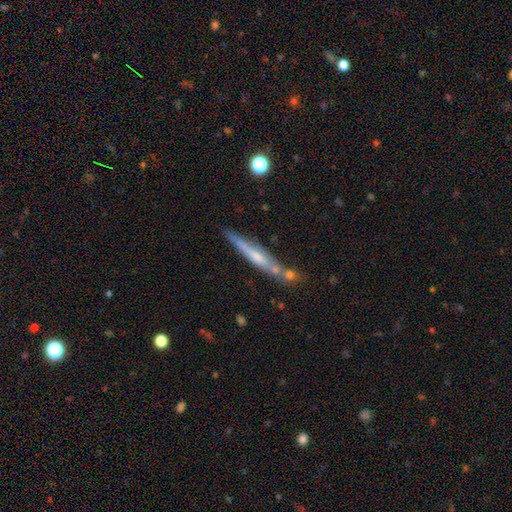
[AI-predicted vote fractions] This is possibly a featured or disk galaxy (58%). It is clearly viewed edge-on (91%). Edge-on bulge: marginally none (45%). Merging: likely none (68%).